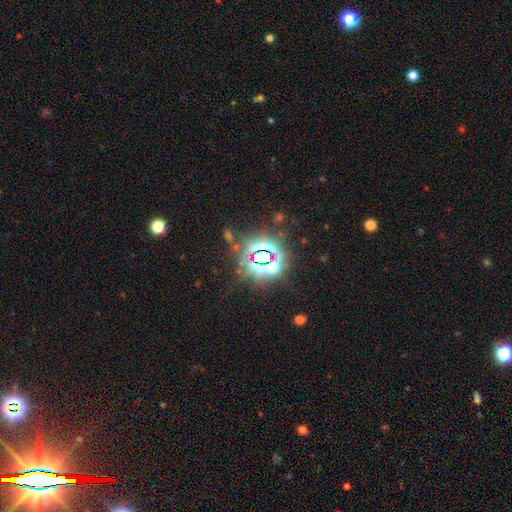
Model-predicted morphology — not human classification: Overall: star or artifact (77%).